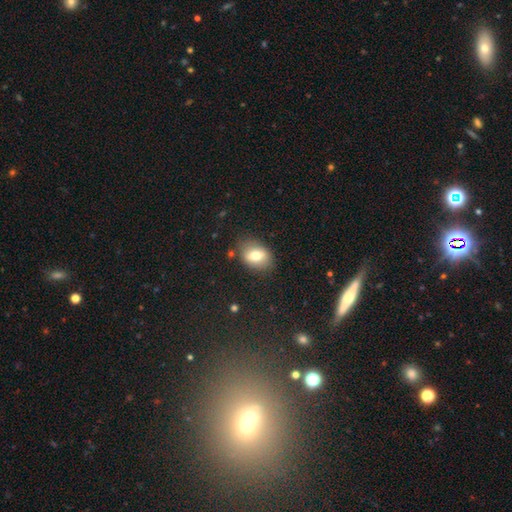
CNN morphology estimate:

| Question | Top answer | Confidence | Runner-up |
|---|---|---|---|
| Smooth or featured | smooth | 71% | featured or disk (20%) |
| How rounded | in between | 73% | round (25%) |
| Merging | none | 79% | minor disturbance (15%) |